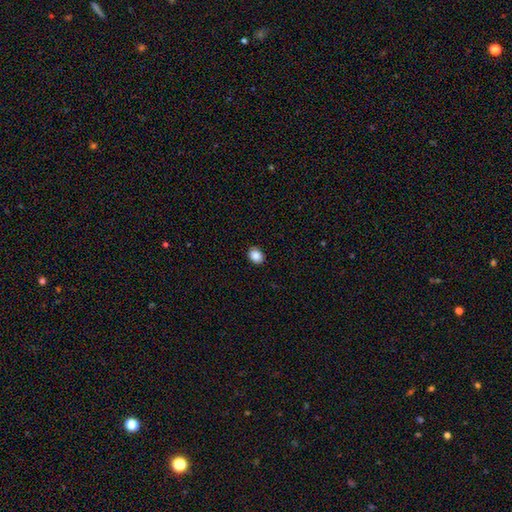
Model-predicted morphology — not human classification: Smooth or featured: smooth — 88% (star or artifact — 9%)
How rounded: in between — 52% (round — 48%)
Merging: none — 89% (minor disturbance — 8%)